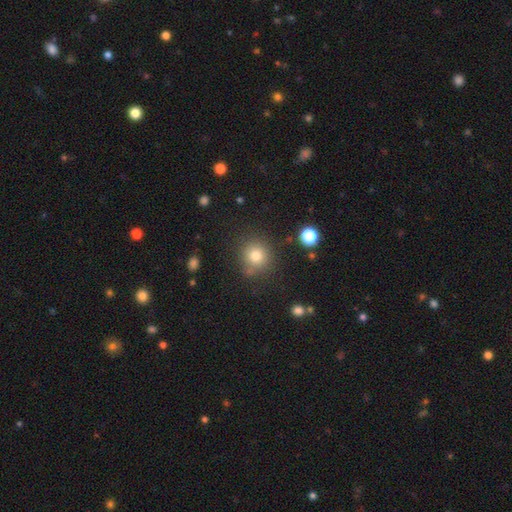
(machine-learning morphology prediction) Smooth or featured?
  - smooth: 78% *
  - star or artifact: 14%
  - featured or disk: 8%
How rounded?
  - round: 91% *
  - in between: 8%
  - cigar-shaped: 1%
Merging?
  - none: 80% *
  - minor disturbance: 11%
  - merger: 5%
  - major disturbance: 4%